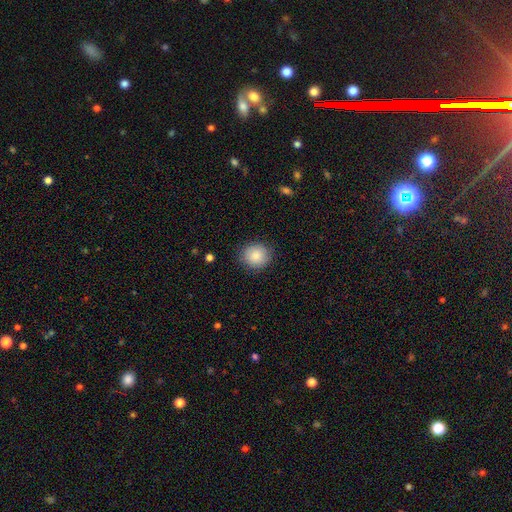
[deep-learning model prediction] A smooth galaxy with no disk features (86%) that is round (87%). Merging: none (87%).